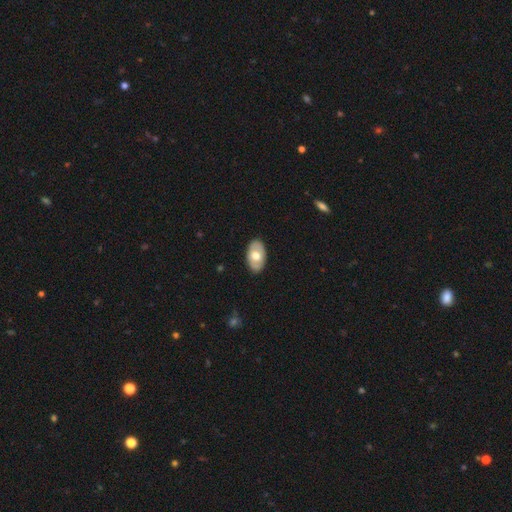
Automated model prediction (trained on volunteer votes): This appears to be a smooth galaxy with no disk features (55%) that is in between round and cigar-shaped (92%). Merging: none (86%).